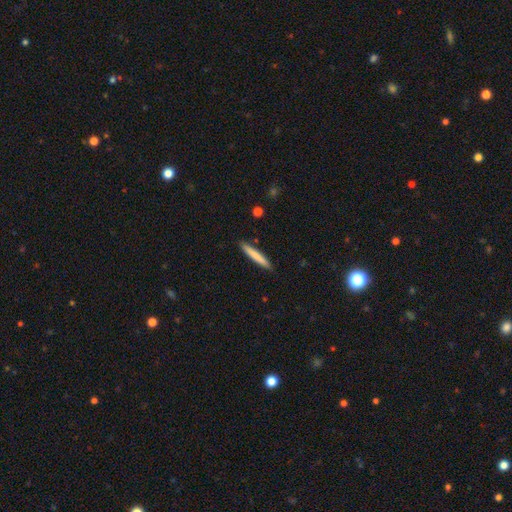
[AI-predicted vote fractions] The model was most divided on "smooth or featured": smooth: 74%, featured or disk: 20%, star or artifact: 5%. More confident: how rounded — cigar-shaped (95%); merging — none (90%).